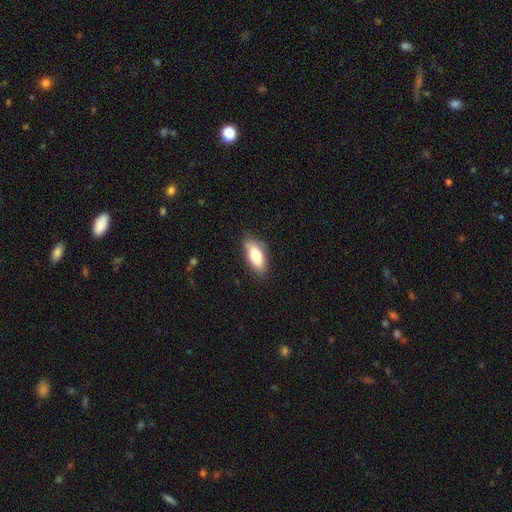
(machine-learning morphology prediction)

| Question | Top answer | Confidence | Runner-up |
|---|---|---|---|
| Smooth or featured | smooth | 74% | featured or disk (19%) |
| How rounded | in between | 81% | cigar-shaped (16%) |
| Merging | none | 81% | minor disturbance (15%) |